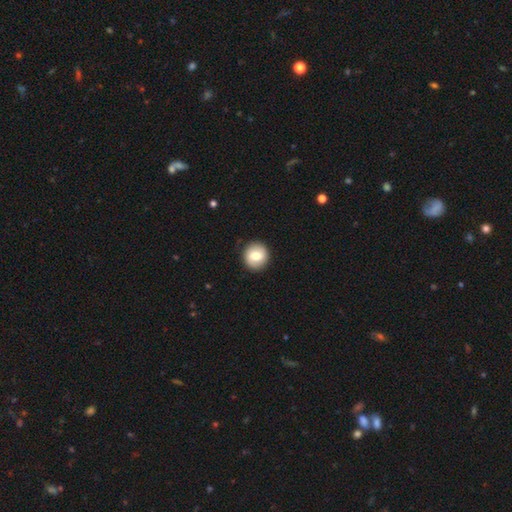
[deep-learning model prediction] A smooth galaxy with no disk features (73%) that is round (89%). Merging: none (90%).